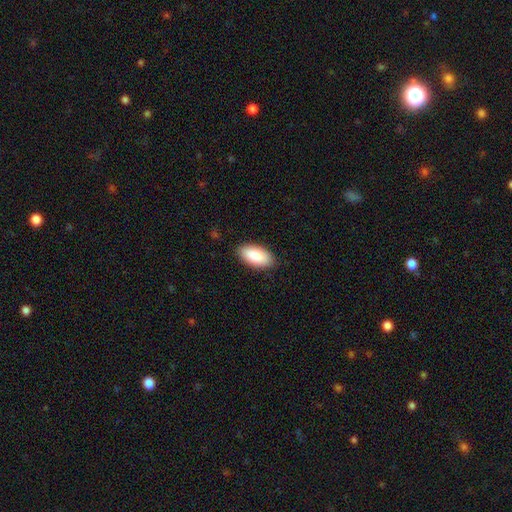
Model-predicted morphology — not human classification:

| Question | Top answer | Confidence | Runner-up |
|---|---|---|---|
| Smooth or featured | smooth | 87% | featured or disk (7%) |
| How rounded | in between | 94% | cigar-shaped (4%) |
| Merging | none | 87% | minor disturbance (10%) |